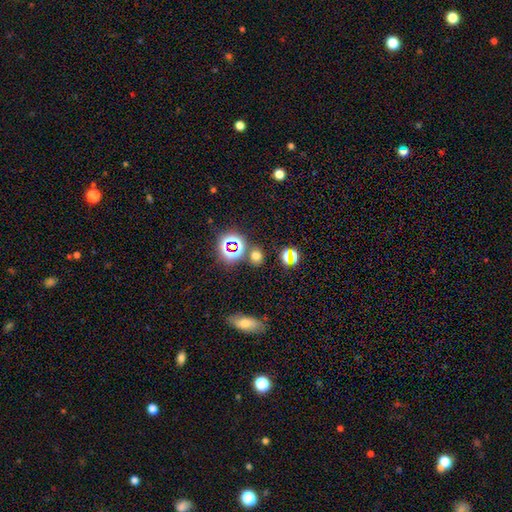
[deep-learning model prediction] Q: Smooth or featured?
A: smooth (52%); runner-up: star or artifact (41%)
Q: How rounded?
A: round (72%); runner-up: in between (26%)
Q: Merging?
A: none (77%); runner-up: merger (10%)